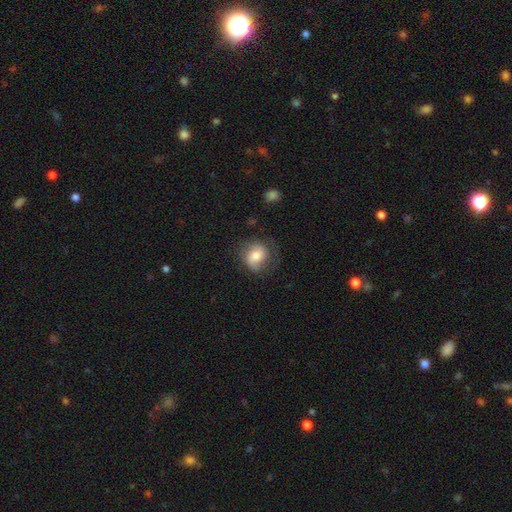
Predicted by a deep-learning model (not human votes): This is possibly a smooth galaxy (46%, tied with featured or disk). Merging: likely none (66%).